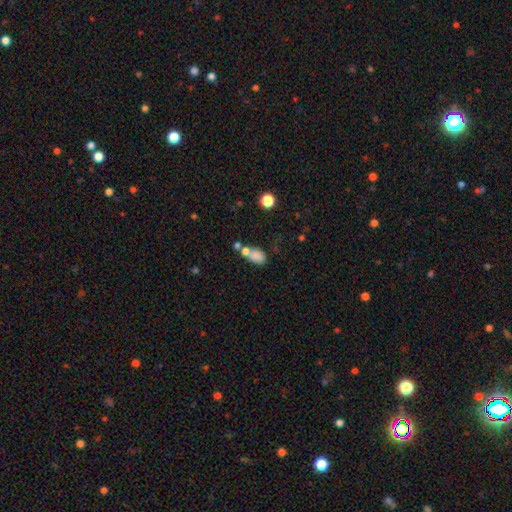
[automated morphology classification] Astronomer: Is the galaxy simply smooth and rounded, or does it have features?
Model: smooth — 77%.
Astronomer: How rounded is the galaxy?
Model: in between — 80%.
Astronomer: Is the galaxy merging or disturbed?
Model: merger — 42% (runner-up: none, 33%).